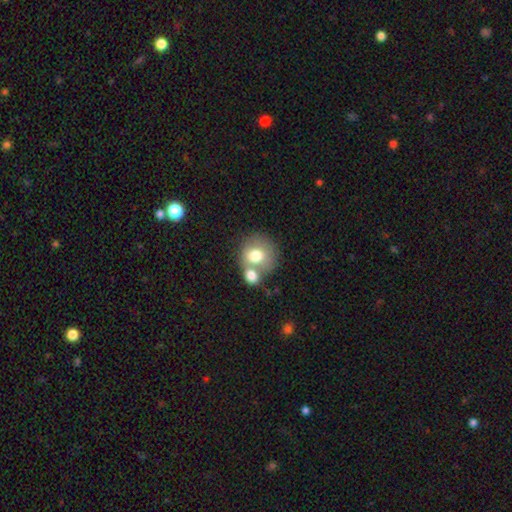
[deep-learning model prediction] A smooth galaxy with no disk features (72%) that is round (78%). Merging: merger (48%).